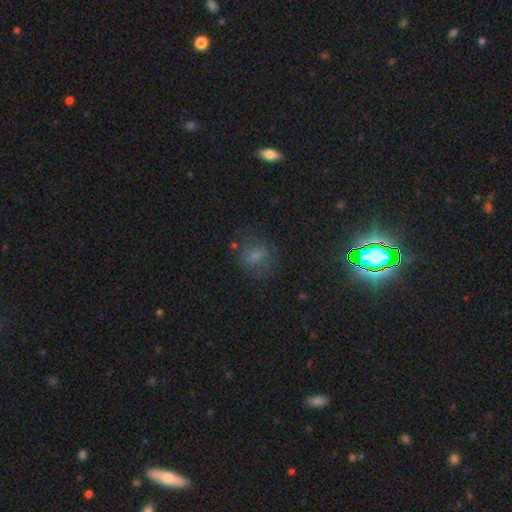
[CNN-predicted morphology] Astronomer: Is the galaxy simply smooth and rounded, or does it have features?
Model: smooth — 63%.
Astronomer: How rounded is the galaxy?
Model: round — 50% (runner-up: in between, 47%).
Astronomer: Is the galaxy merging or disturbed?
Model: none — 66%.